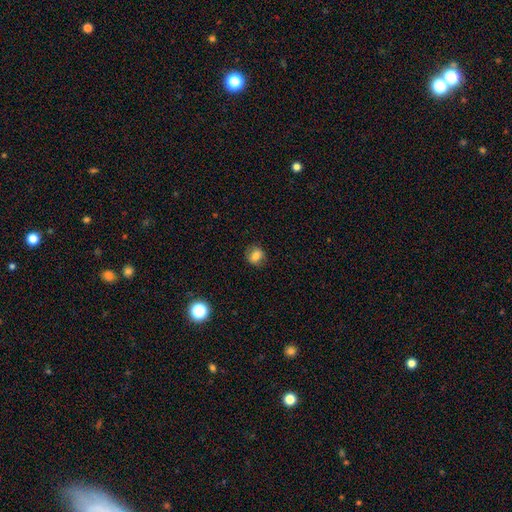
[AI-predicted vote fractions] Morphology: type=smooth (81%); roundness=round (66%); merging=none (82%).